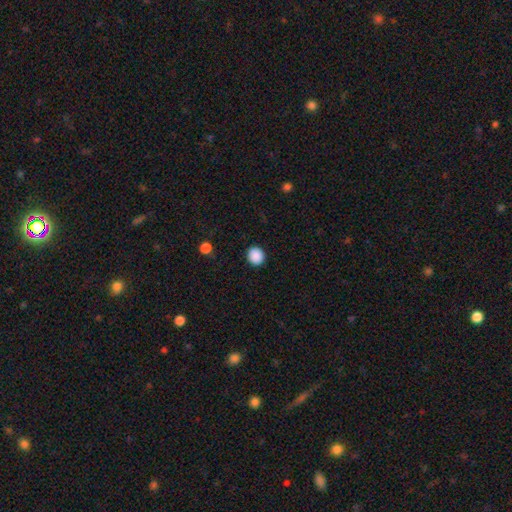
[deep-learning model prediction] Smooth or featured?
  - smooth: 89% *
  - star or artifact: 8%
  - featured or disk: 2%
How rounded?
  - round: 79% *
  - in between: 20%
  - cigar-shaped: 1%
Merging?
  - none: 92% *
  - minor disturbance: 6%
  - major disturbance: 2%
  - merger: 1%